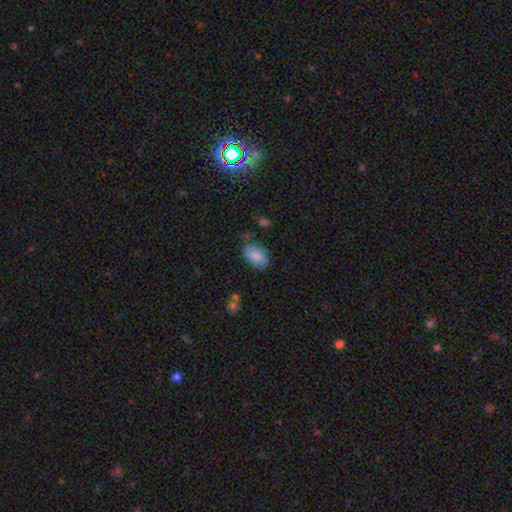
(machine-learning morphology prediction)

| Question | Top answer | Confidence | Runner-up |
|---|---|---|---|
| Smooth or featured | smooth | 83% | featured or disk (11%) |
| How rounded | in between | 91% | round (8%) |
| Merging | none | 74% | minor disturbance (19%) |